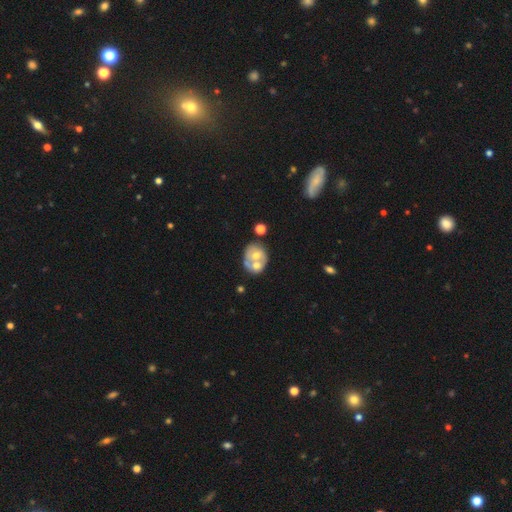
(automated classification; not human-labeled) A featured or disk galaxy (50%). Merging: merger (57%).